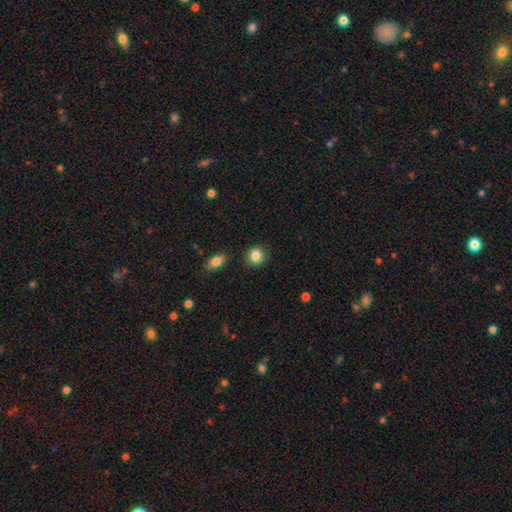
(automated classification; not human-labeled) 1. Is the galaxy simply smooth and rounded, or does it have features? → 86% smooth, 9% star or artifact, 5% featured or disk.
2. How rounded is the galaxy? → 73% round, 26% in between, 1% cigar-shaped.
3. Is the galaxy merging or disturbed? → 85% none, 10% minor disturbance, 3% merger, 3% major disturbance.